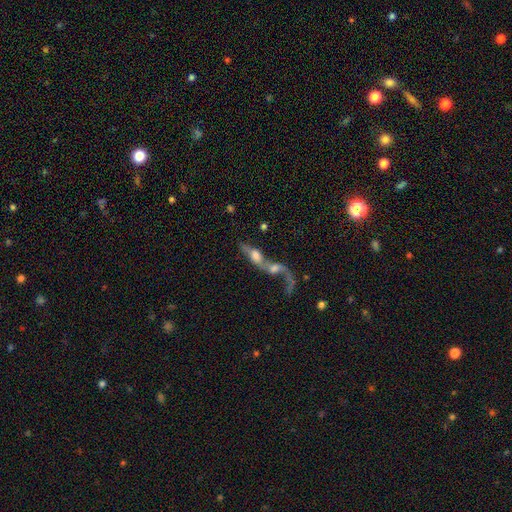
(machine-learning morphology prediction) featured or disk 55%, smooth 35%, star or artifact 11%. Down the decision tree: edge-on disk — no (73%); merging — merger (79%).